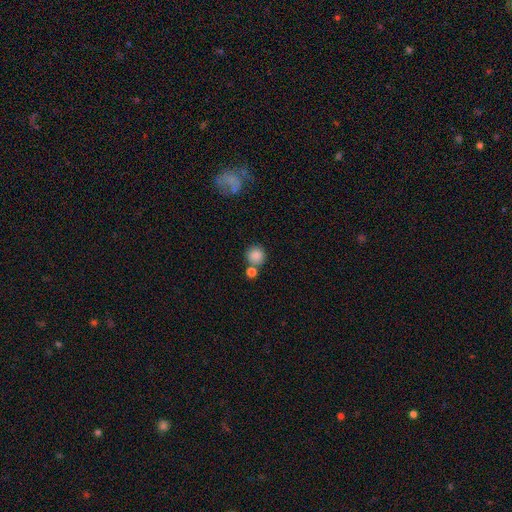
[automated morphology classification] Smooth or featured: smooth — 84% (star or artifact — 10%)
How rounded: round — 92% (in between — 7%)
Merging: none — 67% (merger — 21%)